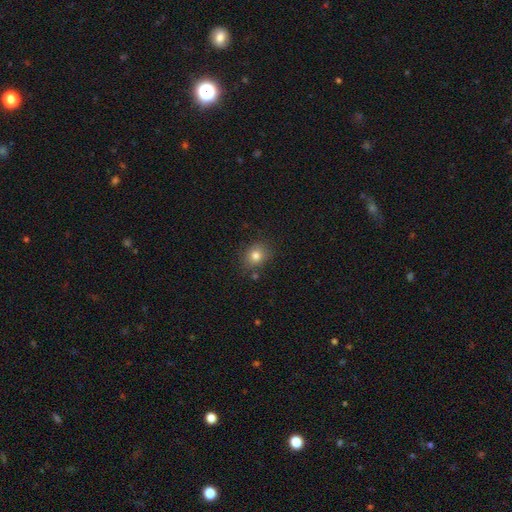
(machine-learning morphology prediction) A smooth galaxy with no disk features (80%) that is round (66%).

Vote fractions:
- Smooth or featured? smooth: 80% / star or artifact: 12% / featured or disk: 8%
- How rounded? round: 66% / in between: 33% / cigar-shaped: 1%
- Merging? none: 82% / minor disturbance: 12% / merger: 3% / major disturbance: 3%